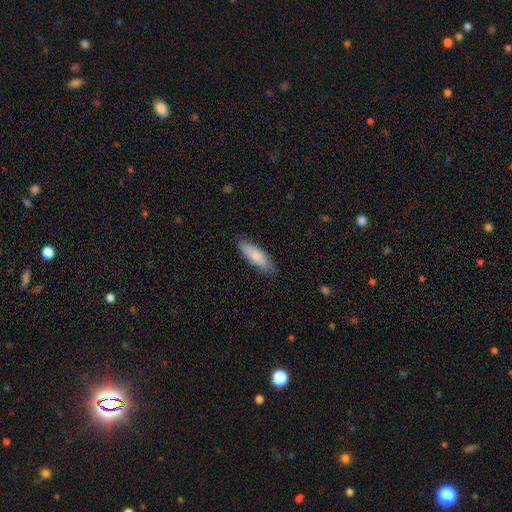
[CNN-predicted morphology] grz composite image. It shows a smooth galaxy with no disk features (77%) that is in between round and cigar-shaped (54%). Merging: none (80%).